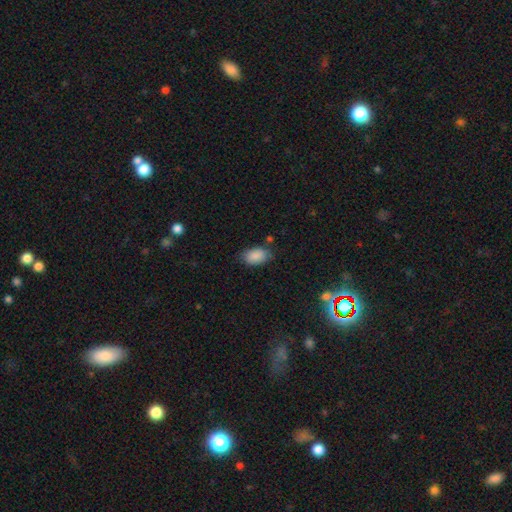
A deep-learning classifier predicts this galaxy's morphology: A smooth galaxy with no disk features (89%) that is in between round and cigar-shaped (92%).

Vote fractions:
- Smooth or featured? smooth: 89% / star or artifact: 7% / featured or disk: 4%
- How rounded? in between: 92% / round: 6% / cigar-shaped: 2%
- Merging? none: 77% / minor disturbance: 17% / major disturbance: 4% / merger: 3%